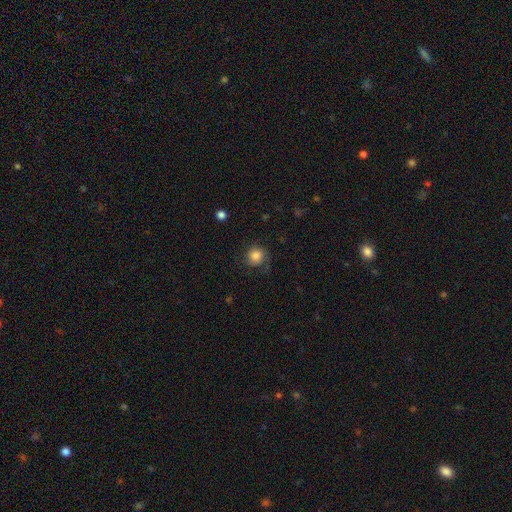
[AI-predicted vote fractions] Q: Smooth or featured?
A: smooth (78%); runner-up: featured or disk (13%)
Q: How rounded?
A: round (88%); runner-up: in between (12%)
Q: Merging?
A: none (70%); runner-up: minor disturbance (19%)